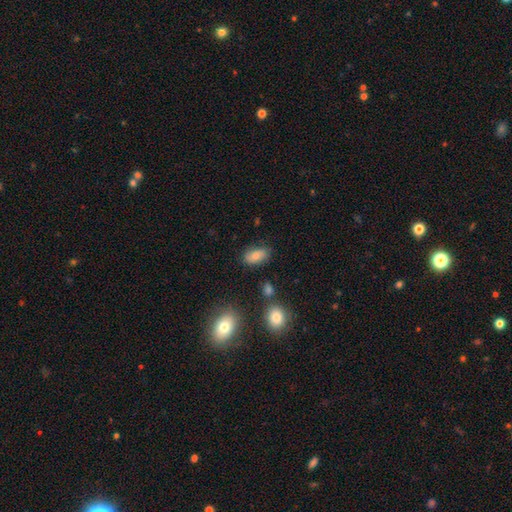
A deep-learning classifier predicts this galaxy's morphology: smooth 78%, featured or disk 12%, star or artifact 10%. Down the decision tree: how rounded — in between (90%); merging — none (77%).